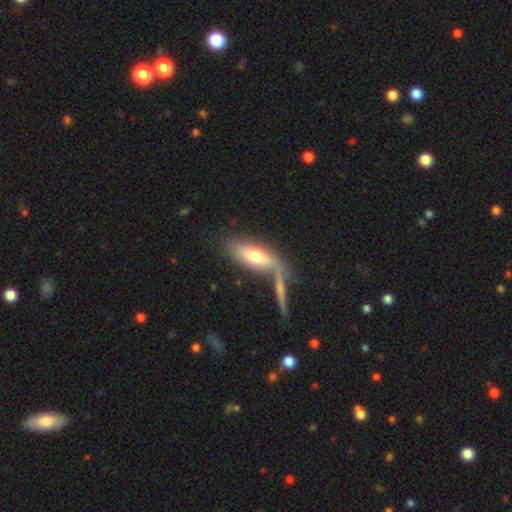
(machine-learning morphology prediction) smooth 59%, featured or disk 34%, star or artifact 7%. Down the decision tree: how rounded — in between (69%); merging — none (45%).